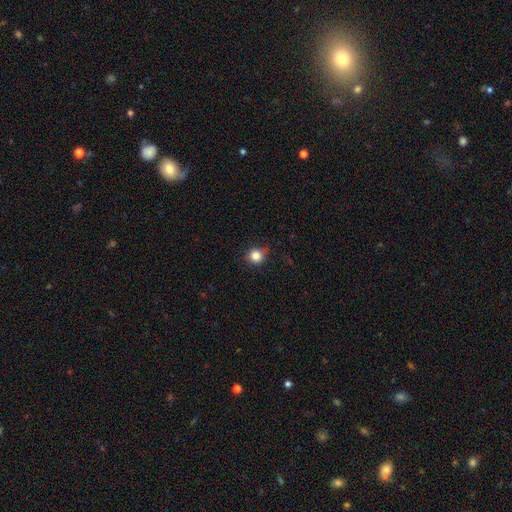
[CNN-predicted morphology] smooth-or-featured: smooth: 84% | star or artifact: 11% | featured or disk: 5%
  how-rounded: round: 88% | in between: 11% | cigar-shaped: 1%
  merging: none: 76% | minor disturbance: 19% | major disturbance: 4% | merger: 1%